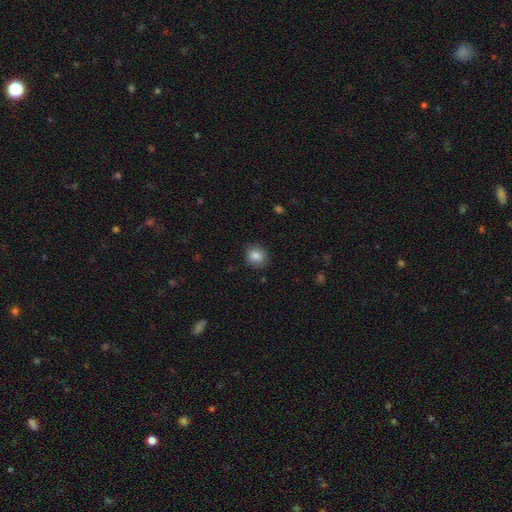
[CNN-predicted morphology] This is clearly a smooth galaxy (85%). How rounded: likely round (79%). Merging: clearly none (88%).